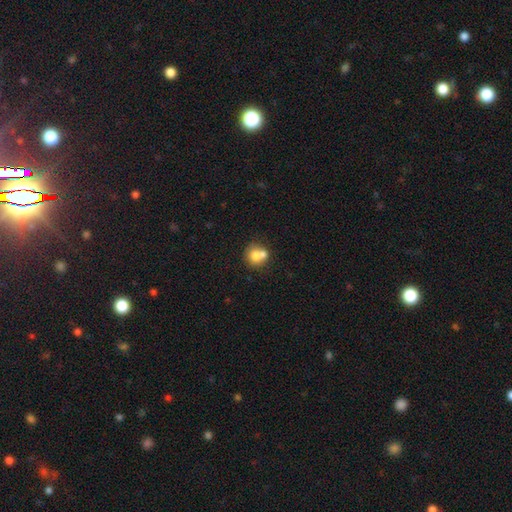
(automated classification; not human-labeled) Overall: smooth (73%). How rounded: round (80%). Merging: merger (51%; none 38%).